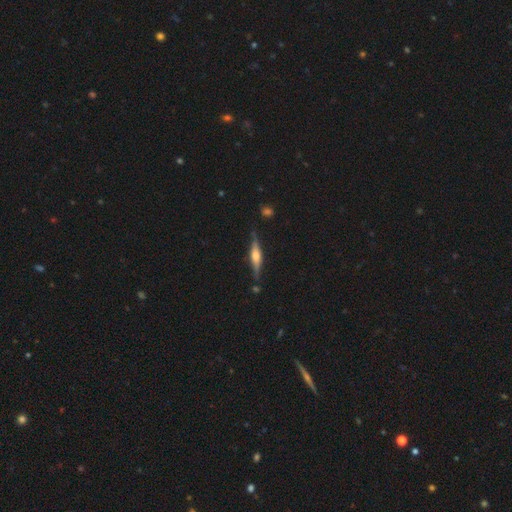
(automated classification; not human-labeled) The model was most divided on "smooth or featured": featured or disk: 72%, smooth: 22%, star or artifact: 6%. More confident: edge-on disk — yes (97%); edge-on bulge — rounded (86%); merging — none (82%).